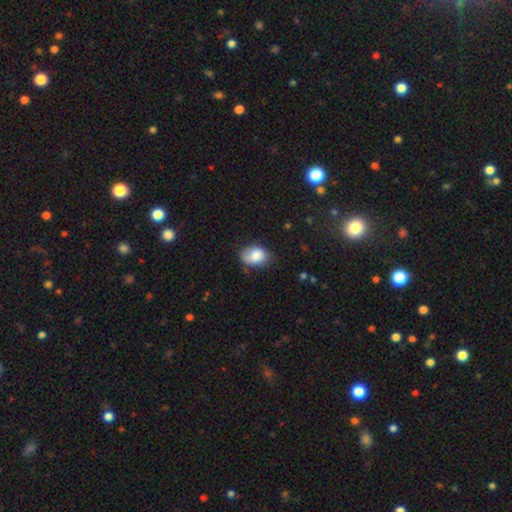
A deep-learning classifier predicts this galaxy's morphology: Overall: smooth (81%). How rounded: in between (75%). Merging: none (59%; minor disturbance 31%).